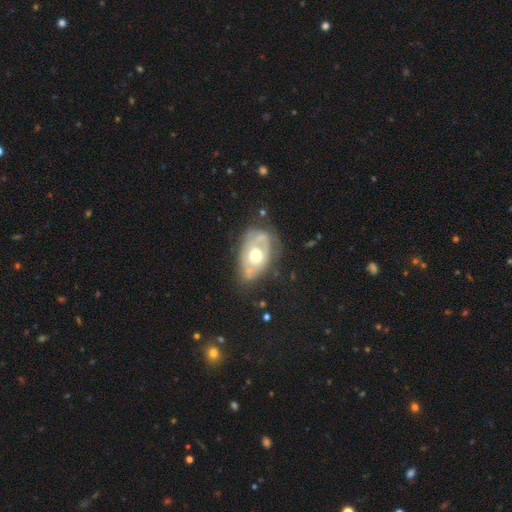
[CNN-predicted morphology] This appears to be a featured or disk galaxy (65%) with no bar (84%), no spiral arms (51%) and a moderate central bulge (67%). Merging: none (50%).